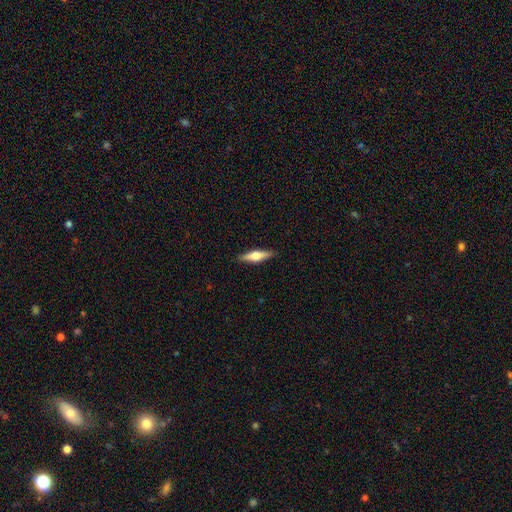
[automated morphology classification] smooth-or-featured: featured or disk: 50% | smooth: 44% | star or artifact: 6%
  disk-edge-on: yes: 95% | no: 5%
  merging: none: 90% | minor disturbance: 7% | major disturbance: 2% | merger: 1%